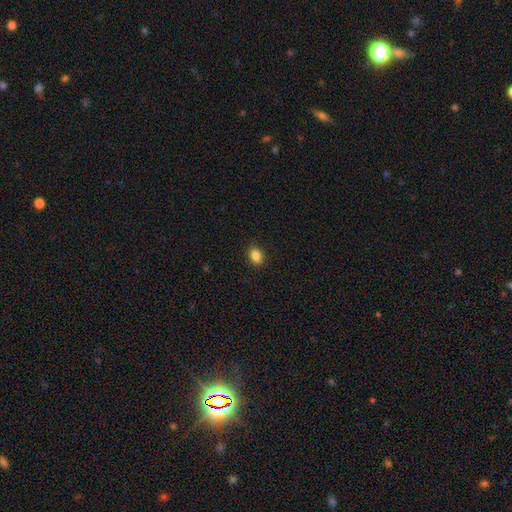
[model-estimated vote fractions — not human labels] Smooth or featured? smooth (87%)
How rounded? in between (68%)
Merging? none (89%)